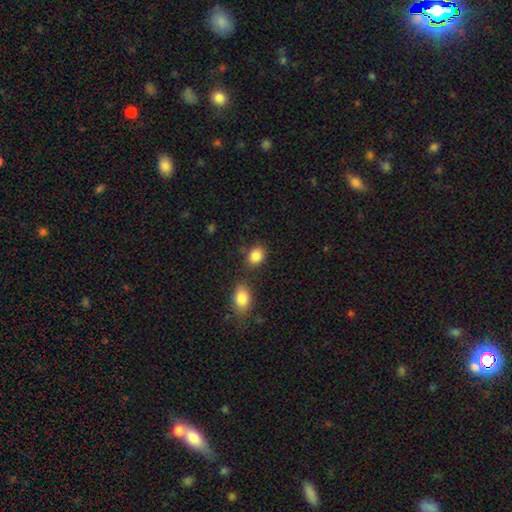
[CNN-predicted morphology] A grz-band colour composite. It shows a smooth galaxy with no disk features (86%) that is in between round and cigar-shaped (60%). Merging: none (72%).